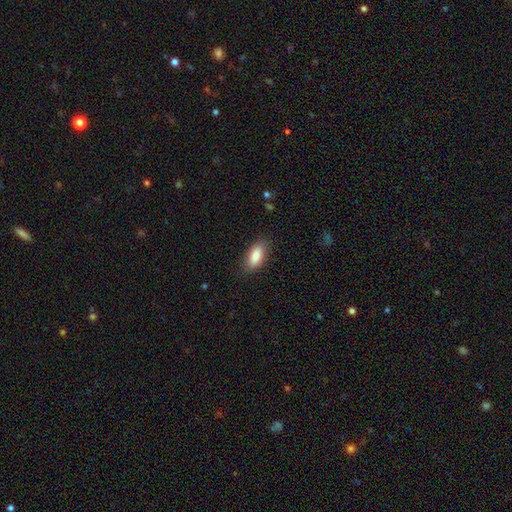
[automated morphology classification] smooth 86%, featured or disk 7%, star or artifact 7%. Down the decision tree: how rounded — in between (87%); merging — none (84%).